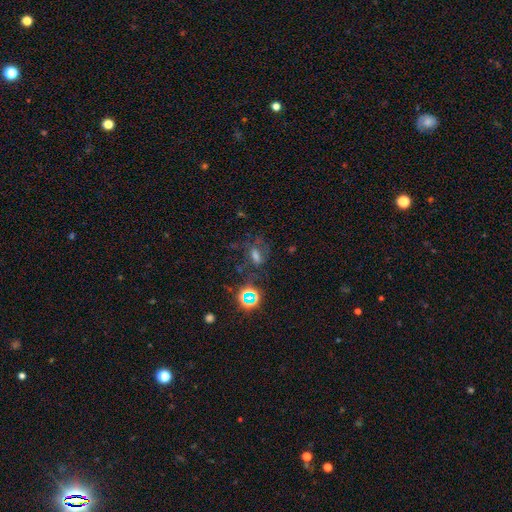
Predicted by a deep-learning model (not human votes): Smooth or featured? Predicted: star or artifact (p=0.37).